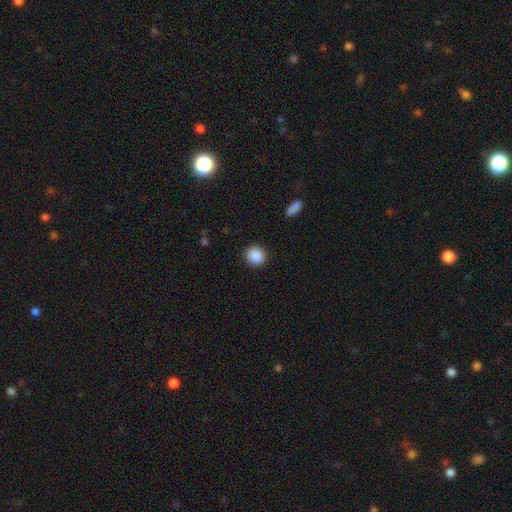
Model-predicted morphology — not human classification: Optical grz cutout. It shows a smooth galaxy with no disk features (89%) that is round (81%). Merging: none (89%).